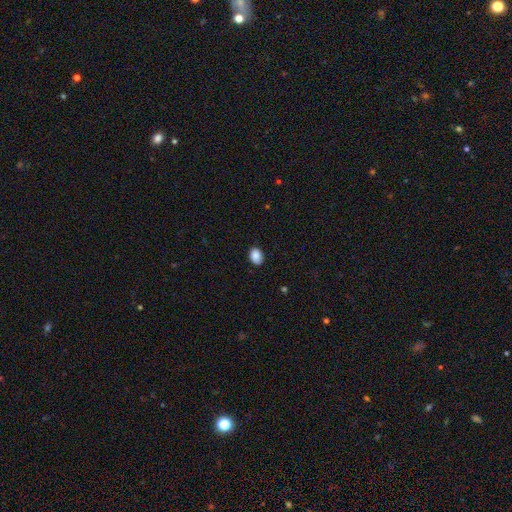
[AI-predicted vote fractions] Smooth or featured? smooth (88%)
How rounded? in between (69%)
Merging? none (86%)